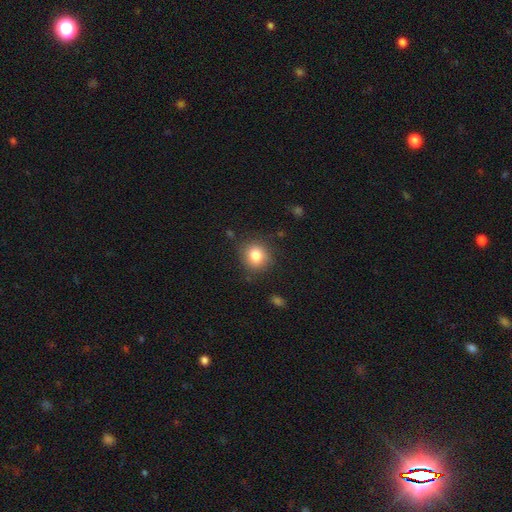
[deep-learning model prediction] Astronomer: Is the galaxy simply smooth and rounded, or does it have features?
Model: smooth — 82%.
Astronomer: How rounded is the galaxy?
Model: round — 81%.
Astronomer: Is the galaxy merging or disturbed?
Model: none — 83%.